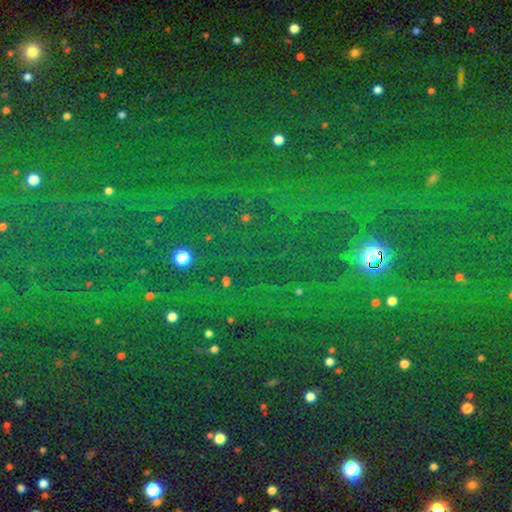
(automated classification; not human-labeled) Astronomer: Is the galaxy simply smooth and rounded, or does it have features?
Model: star or artifact — 83%.